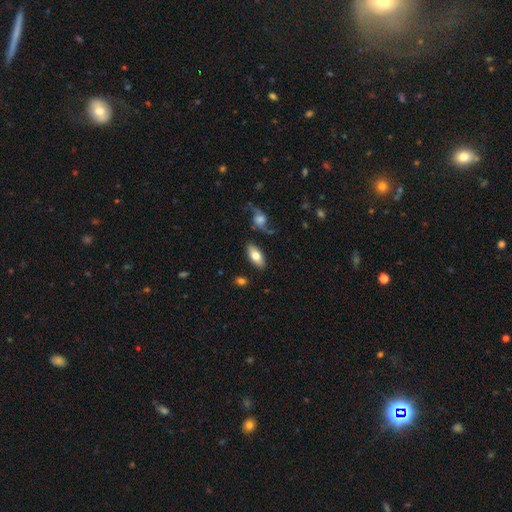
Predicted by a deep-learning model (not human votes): Morphology: type=smooth (71%); roundness=in between (90%); merging=none (81%).